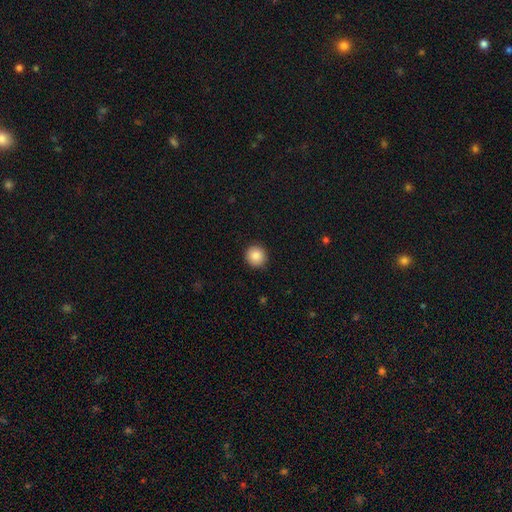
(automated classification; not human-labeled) smooth-or-featured: smooth: 87% | star or artifact: 9% | featured or disk: 5%
  how-rounded: round: 93% | in between: 6% | cigar-shaped: 1%
  merging: none: 92% | minor disturbance: 5% | major disturbance: 2% | merger: 1%